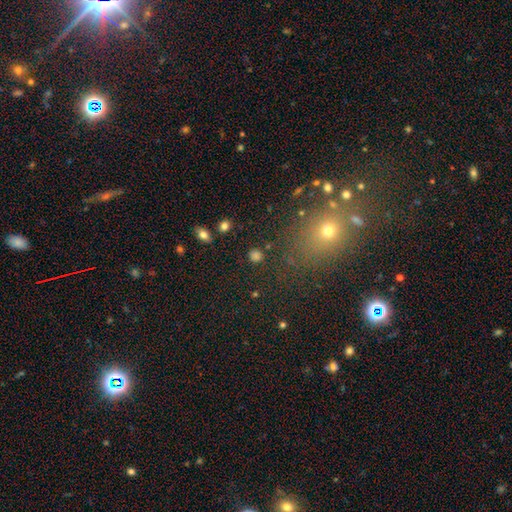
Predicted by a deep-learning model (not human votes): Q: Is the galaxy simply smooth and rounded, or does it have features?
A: smooth — 77%.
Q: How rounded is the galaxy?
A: round — 87%.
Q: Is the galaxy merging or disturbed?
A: none — 85%.